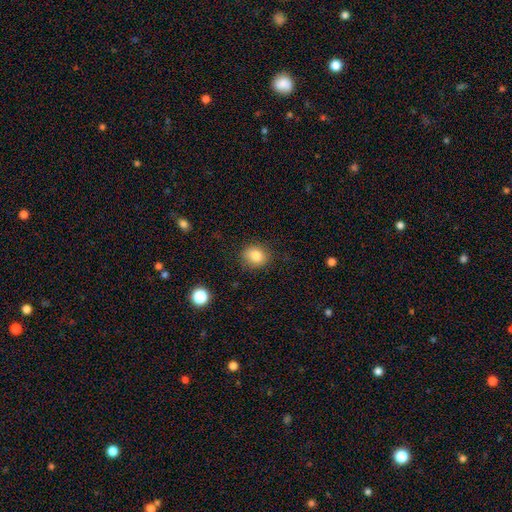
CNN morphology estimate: Q: Smooth or featured?
A: smooth (84%); runner-up: star or artifact (10%)
Q: How rounded?
A: round (67%); runner-up: in between (32%)
Q: Merging?
A: none (84%); runner-up: minor disturbance (12%)